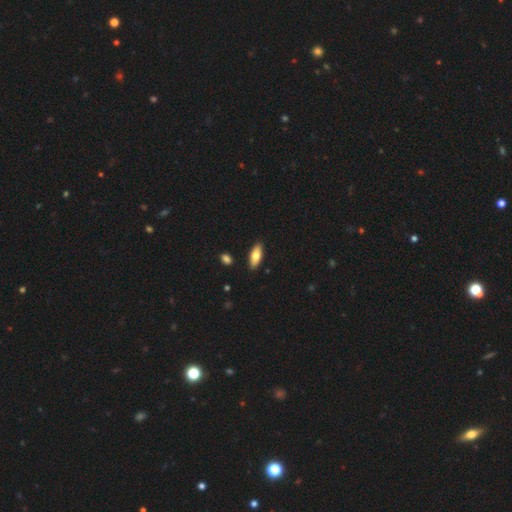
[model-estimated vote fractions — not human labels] Smooth or featured? Predicted: smooth (p=0.76). How rounded? Predicted: in between (p=0.76). Merging? Predicted: none (p=0.88).